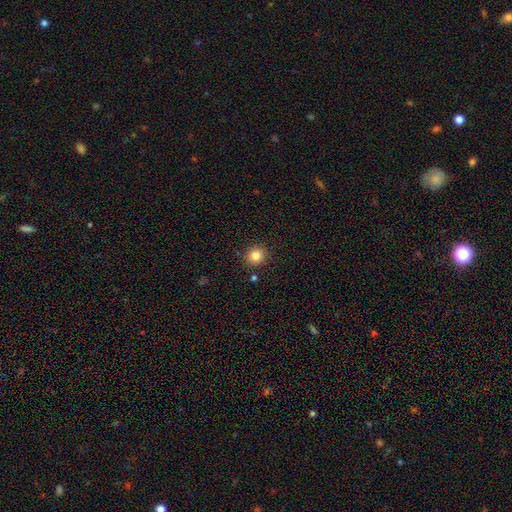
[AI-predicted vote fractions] Smooth or featured: smooth — 83% (star or artifact — 11%)
How rounded: round — 89% (in between — 10%)
Merging: none — 89% (minor disturbance — 7%)